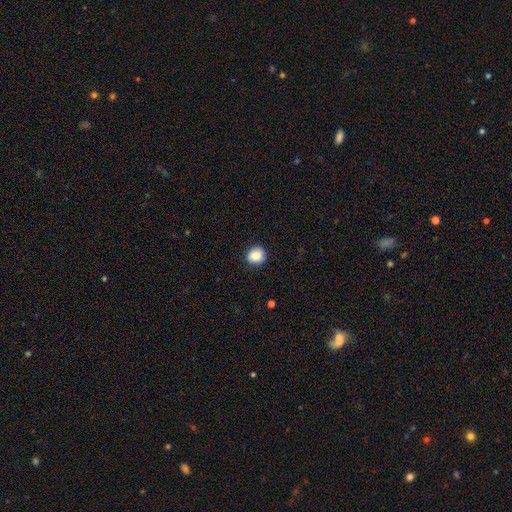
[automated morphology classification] Smooth or featured?
  - smooth: 87% *
  - star or artifact: 9%
  - featured or disk: 5%
How rounded?
  - round: 89% *
  - in between: 10%
  - cigar-shaped: 1%
Merging?
  - none: 89% *
  - minor disturbance: 8%
  - major disturbance: 2%
  - merger: 1%